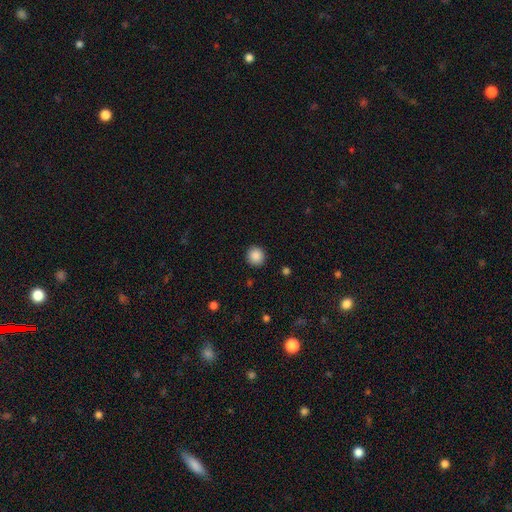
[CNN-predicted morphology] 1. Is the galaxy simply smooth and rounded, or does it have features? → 88% smooth, 9% star or artifact, 3% featured or disk.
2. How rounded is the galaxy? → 94% round, 6% in between, 1% cigar-shaped.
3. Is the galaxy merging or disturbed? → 92% none, 5% minor disturbance, 2% major disturbance, 1% merger.